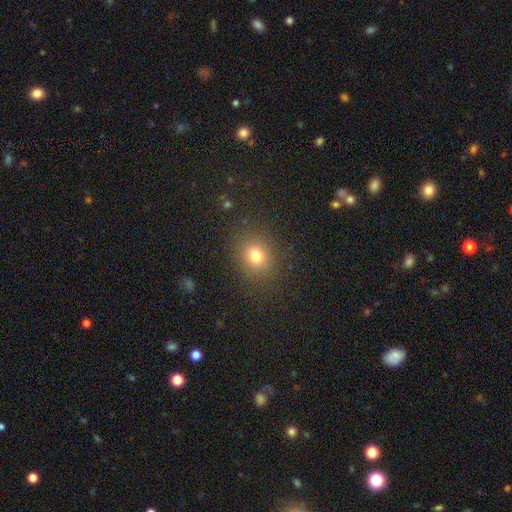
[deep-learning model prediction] smooth 76%, star or artifact 16%, featured or disk 7%. Down the decision tree: how rounded — round (74%); merging — none (86%).